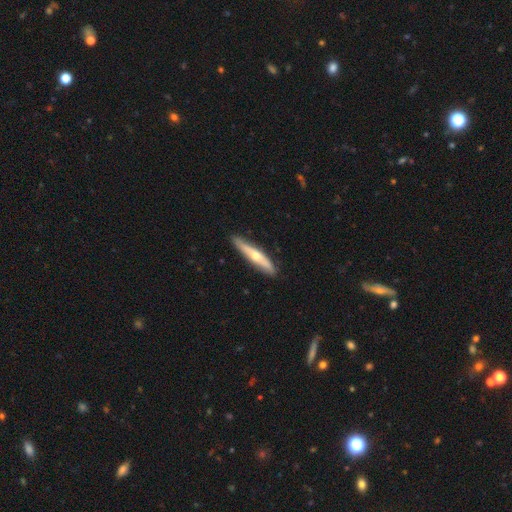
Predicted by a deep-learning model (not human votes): This is possibly a featured or disk galaxy (59%). It is clearly viewed edge-on (88%). Edge-on bulge: clearly rounded (88%). Merging: clearly none (87%).